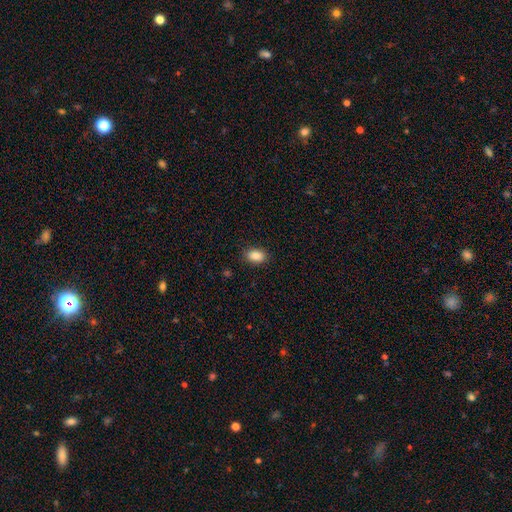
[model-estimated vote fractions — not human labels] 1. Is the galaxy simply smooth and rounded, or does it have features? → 88% smooth, 8% star or artifact, 4% featured or disk.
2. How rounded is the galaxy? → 85% in between, 14% round, 1% cigar-shaped.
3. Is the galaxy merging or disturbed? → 88% none, 8% minor disturbance, 2% major disturbance, 1% merger.